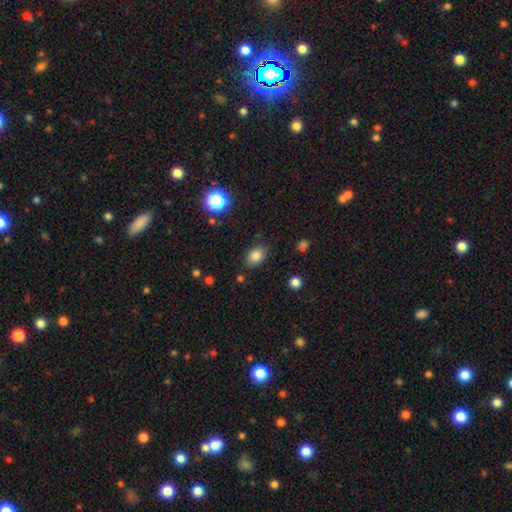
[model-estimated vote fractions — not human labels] Smooth or featured? Predicted: smooth (p=0.82). How rounded? Predicted: in between (p=0.78). Merging? Predicted: none (p=0.82).